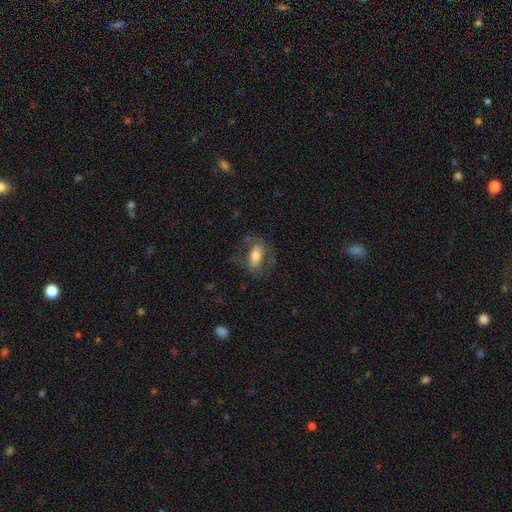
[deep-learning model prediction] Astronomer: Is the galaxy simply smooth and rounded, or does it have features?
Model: smooth — 55% (runner-up: featured or disk, 37%).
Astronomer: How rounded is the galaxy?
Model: in between — 84%.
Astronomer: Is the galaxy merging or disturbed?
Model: none — 63%.